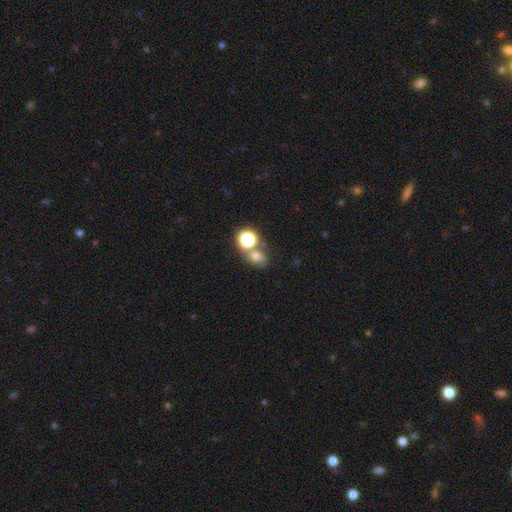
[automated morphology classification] A smooth galaxy with no disk features (66%) that is round (57%). Merging: none (53%).